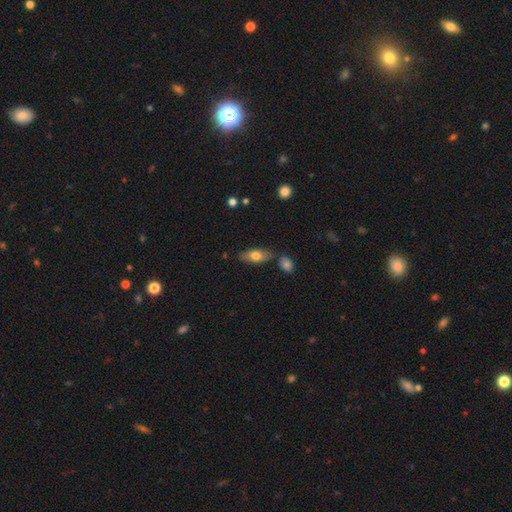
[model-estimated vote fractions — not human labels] Overall: smooth (70%). How rounded: in between (80%). Merging: none (75%).